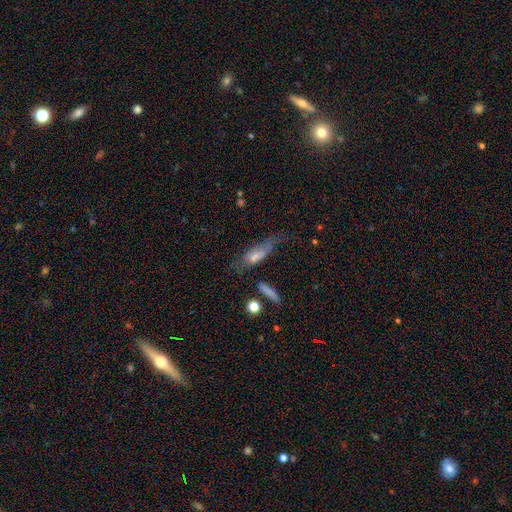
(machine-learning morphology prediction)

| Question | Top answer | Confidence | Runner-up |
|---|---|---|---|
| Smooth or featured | smooth | 51% | featured or disk (38%) |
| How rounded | in between | 49% | cigar-shaped (46%) |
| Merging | none | 39% | minor disturbance (27%) |